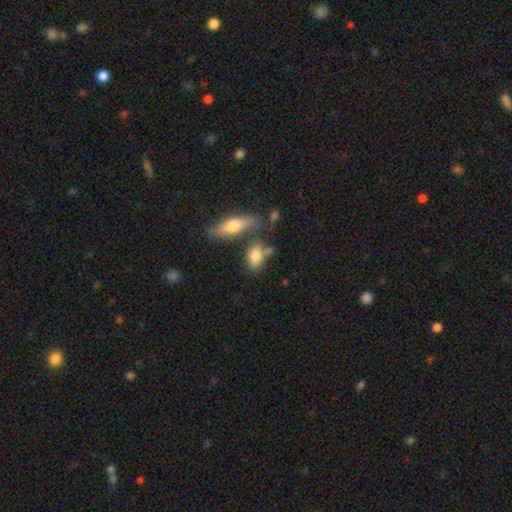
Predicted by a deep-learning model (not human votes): This appears to be a smooth galaxy with no disk features (79%) that is in between round and cigar-shaped (84%). Merging: none (50%).